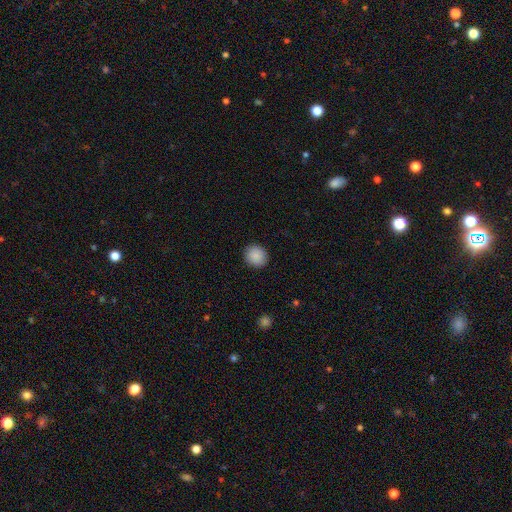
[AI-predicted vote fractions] smooth 89%, star or artifact 8%, featured or disk 3%. Down the decision tree: how rounded — round (87%); merging — none (91%).